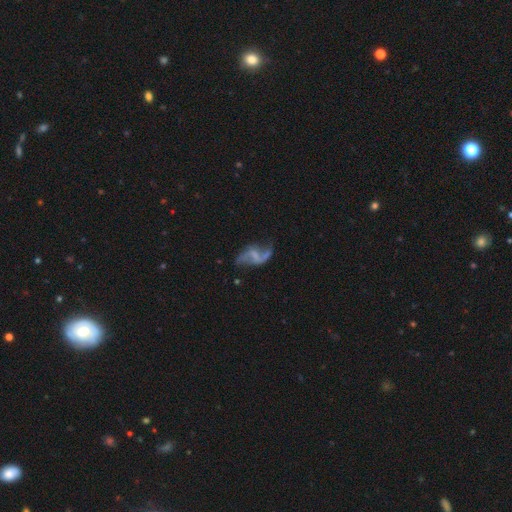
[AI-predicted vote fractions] Q: Smooth or featured?
A: featured or disk (81%); runner-up: smooth (11%)
Q: Edge-on disk?
A: no (97%); runner-up: yes (3%)
Q: Bar?
A: weak (42%); runner-up: no (30%)
Q: Spiral arms?
A: yes (88%); runner-up: no (12%)
Q: Spiral winding?
A: loose (85%); runner-up: medium (12%)
Q: Spiral arm count?
A: 2 (89%); runner-up: 1 (5%)
Q: Bulge size?
A: none (65%); runner-up: small (23%)
Q: Merging?
A: none (55%); runner-up: major disturbance (19%)